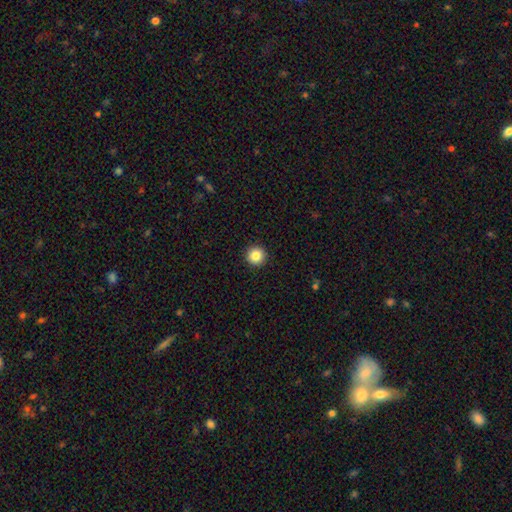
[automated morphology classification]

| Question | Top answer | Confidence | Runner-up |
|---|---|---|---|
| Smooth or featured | smooth | 85% | star or artifact (10%) |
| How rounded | round | 96% | in between (3%) |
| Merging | none | 93% | minor disturbance (4%) |